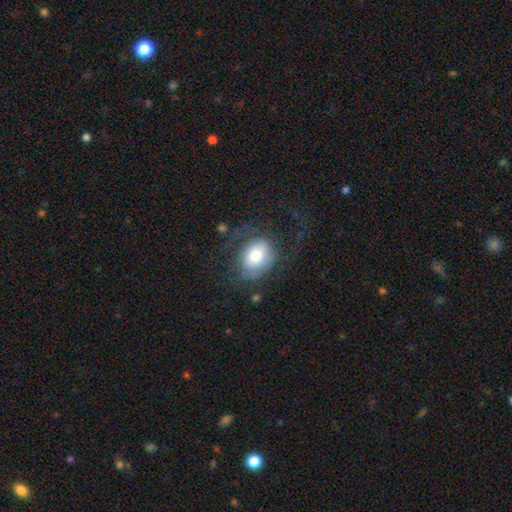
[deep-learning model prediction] Smooth or featured?
  - smooth: 63% *
  - featured or disk: 29%
  - star or artifact: 8%
How rounded?
  - in between: 60% *
  - round: 39%
  - cigar-shaped: 1%
Merging?
  - none: 50% *
  - major disturbance: 25%
  - minor disturbance: 22%
  - merger: 2%